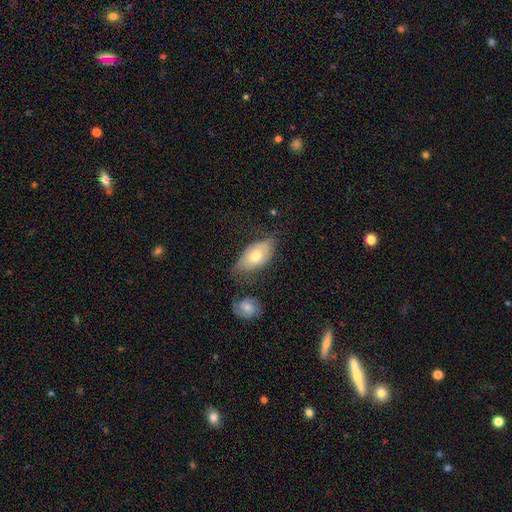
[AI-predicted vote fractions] Smooth or featured? Predicted: smooth (p=0.62). How rounded? Predicted: in between (p=0.90). Merging? Predicted: none (p=0.45).